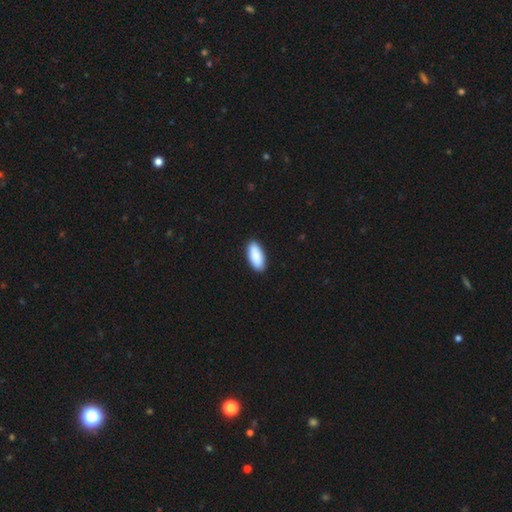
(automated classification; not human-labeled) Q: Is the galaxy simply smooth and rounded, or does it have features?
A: smooth — 91%.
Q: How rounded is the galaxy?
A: in between — 90%.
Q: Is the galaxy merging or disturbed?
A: none — 90%.